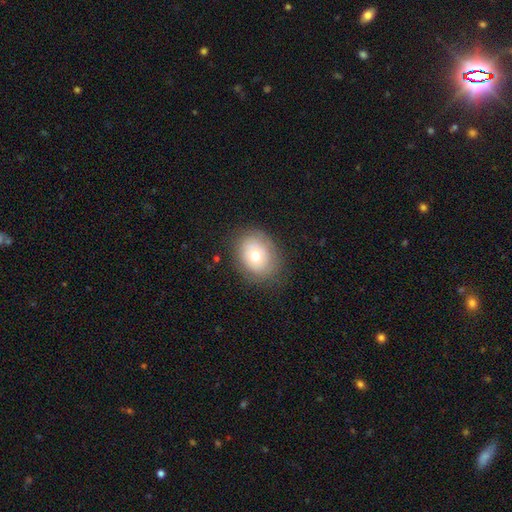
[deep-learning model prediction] This is likely a smooth galaxy (66%). How rounded: possibly in between (51%). Merging: likely none (79%).